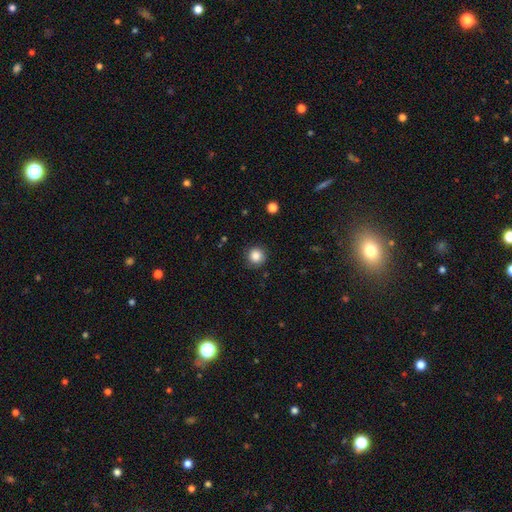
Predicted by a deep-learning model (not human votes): Smooth or featured? Predicted: smooth (p=0.85). How rounded? Predicted: round (p=0.95). Merging? Predicted: none (p=0.89).